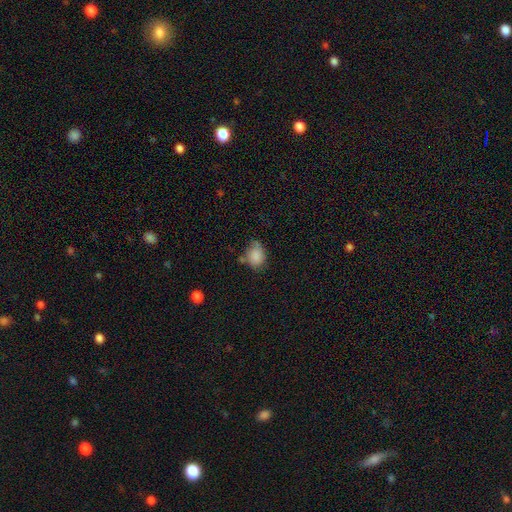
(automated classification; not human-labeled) Q: Smooth or featured?
A: smooth (83%); runner-up: star or artifact (9%)
Q: How rounded?
A: in between (59%); runner-up: round (40%)
Q: Merging?
A: none (51%); runner-up: minor disturbance (32%)